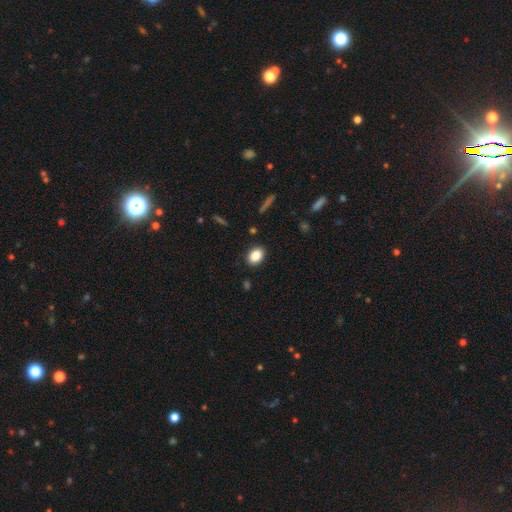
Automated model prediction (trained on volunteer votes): Smooth or featured?
  - smooth: 85% *
  - star or artifact: 9%
  - featured or disk: 6%
How rounded?
  - in between: 74% *
  - round: 25%
  - cigar-shaped: 1%
Merging?
  - none: 88% *
  - minor disturbance: 9%
  - major disturbance: 2%
  - merger: 1%